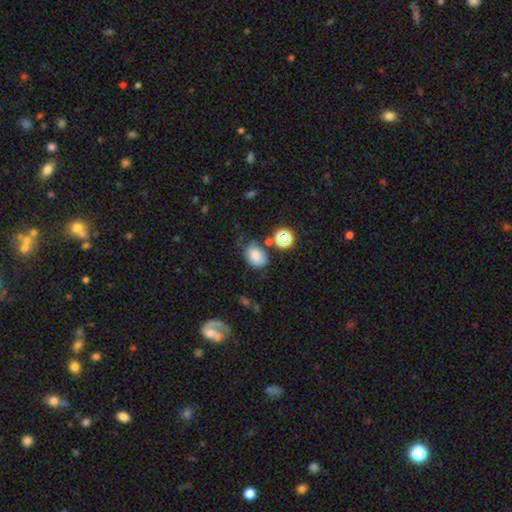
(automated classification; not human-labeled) Overall: smooth (76%). How rounded: in between (68%; round 31%). Merging: none (54%; minor disturbance 28%).